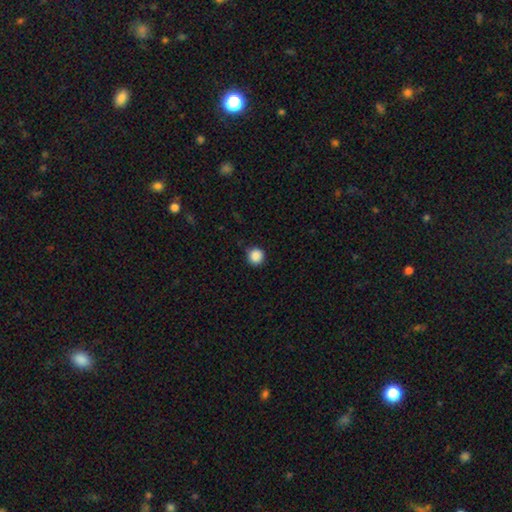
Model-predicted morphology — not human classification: type=smooth (88%); roundness=round (94%); merging=none (89%).